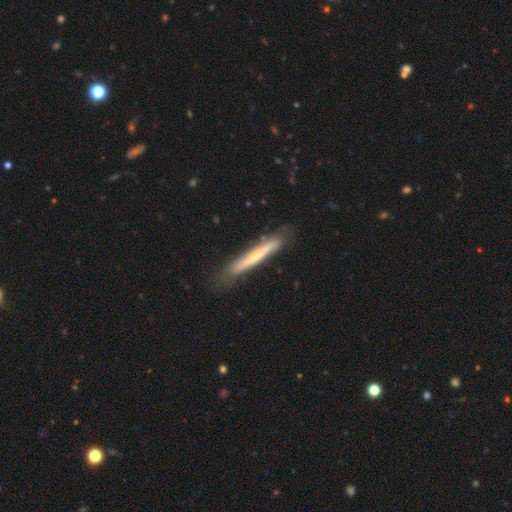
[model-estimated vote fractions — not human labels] smooth_or_featured: featured or disk (p=0.58) [alt: smooth p=0.36]
disk_edge_on: yes (p=0.87) [alt: no p=0.13]
edge_on_bulge: rounded (p=0.63) [alt: none p=0.34]
merging: none (p=0.78) [alt: minor disturbance p=0.17]